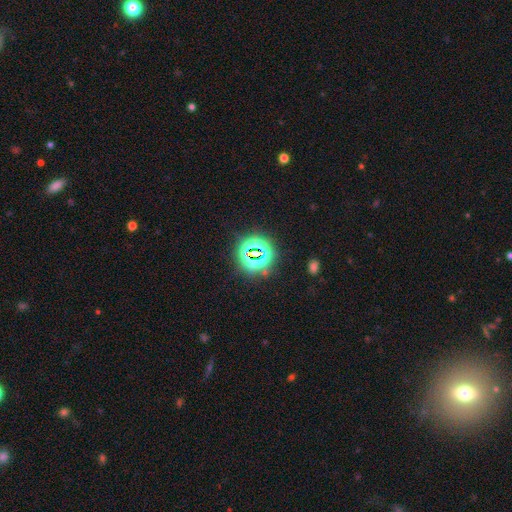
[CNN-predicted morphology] Smooth or featured: star or artifact — 76% (smooth — 16%)